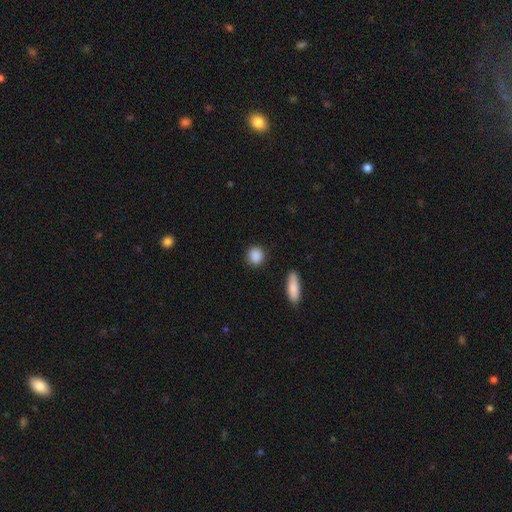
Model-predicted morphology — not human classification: A smooth galaxy with no disk features (89%) that is round (83%). Merging: none (88%).